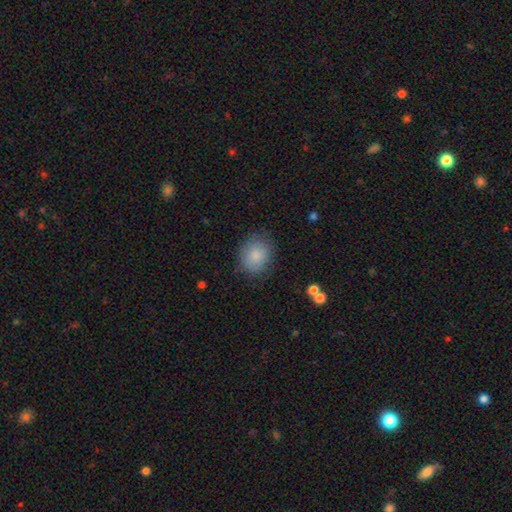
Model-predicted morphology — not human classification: smooth_or_featured: smooth (p=0.84) [alt: star or artifact p=0.08]
how_rounded: round (p=0.64) [alt: in between p=0.35]
merging: none (p=0.82) [alt: minor disturbance p=0.13]